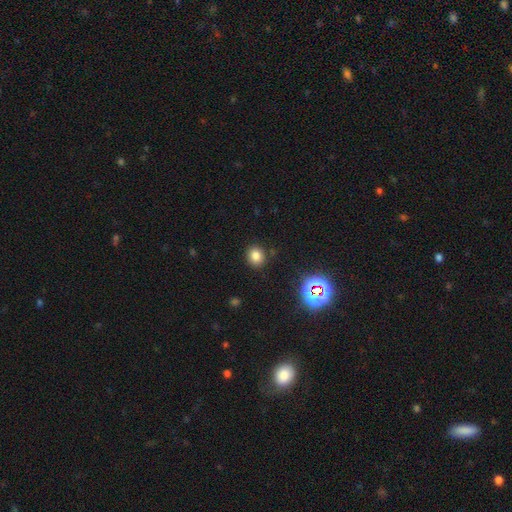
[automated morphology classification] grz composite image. It shows a smooth galaxy with no disk features (77%) that is round (75%). Merging: none (88%).